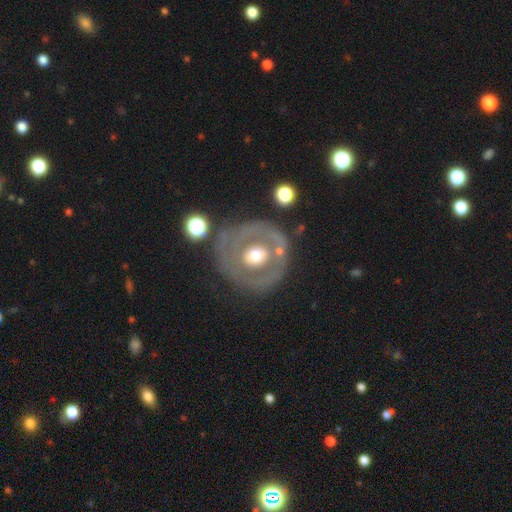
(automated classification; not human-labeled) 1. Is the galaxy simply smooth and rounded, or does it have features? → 61% featured or disk, 33% smooth, 6% star or artifact.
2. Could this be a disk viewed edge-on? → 95% no, 5% yes.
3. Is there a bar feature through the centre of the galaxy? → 78% no, 15% weak, 7% strong.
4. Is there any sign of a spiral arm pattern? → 77% no, 23% yes.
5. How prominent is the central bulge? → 66% moderate, 21% large, 9% small, 2% dominant, 1% none.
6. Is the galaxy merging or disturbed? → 68% none, 16% minor disturbance, 11% major disturbance, 5% merger.